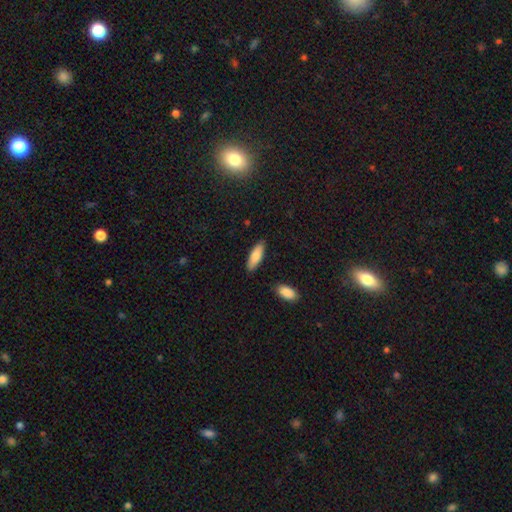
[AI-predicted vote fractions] Q: Smooth or featured?
A: smooth (82%); runner-up: featured or disk (12%)
Q: How rounded?
A: in between (60%); runner-up: cigar-shaped (38%)
Q: Merging?
A: none (86%); runner-up: minor disturbance (10%)